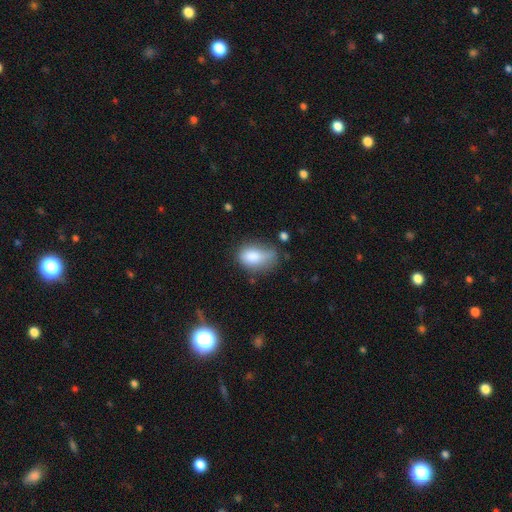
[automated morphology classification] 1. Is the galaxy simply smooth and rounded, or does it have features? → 79% smooth, 12% featured or disk, 9% star or artifact.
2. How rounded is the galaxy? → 84% in between, 13% round, 2% cigar-shaped.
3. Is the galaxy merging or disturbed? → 36% minor disturbance, 35% none, 22% major disturbance, 7% merger.